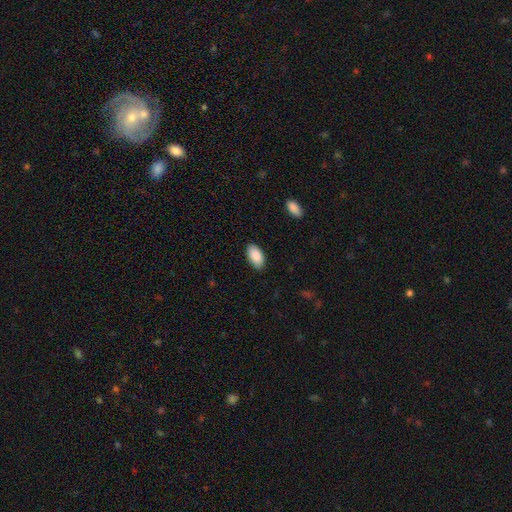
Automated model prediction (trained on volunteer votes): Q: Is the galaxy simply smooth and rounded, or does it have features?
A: smooth — 89%.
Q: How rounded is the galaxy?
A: in between — 95%.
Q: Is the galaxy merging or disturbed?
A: none — 86%.